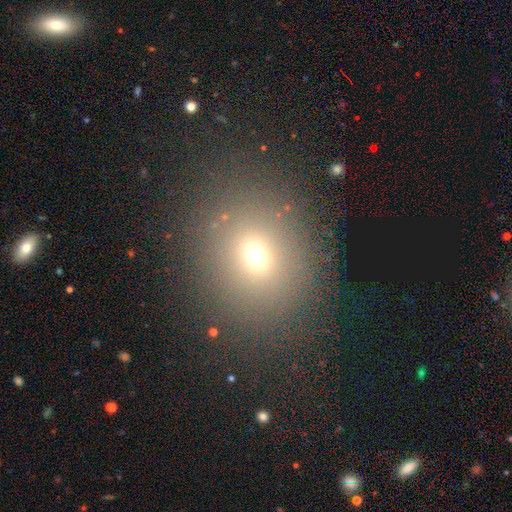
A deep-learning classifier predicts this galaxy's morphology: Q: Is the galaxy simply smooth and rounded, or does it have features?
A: smooth — 66%.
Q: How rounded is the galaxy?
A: round — 71%.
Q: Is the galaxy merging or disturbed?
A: none — 85%.